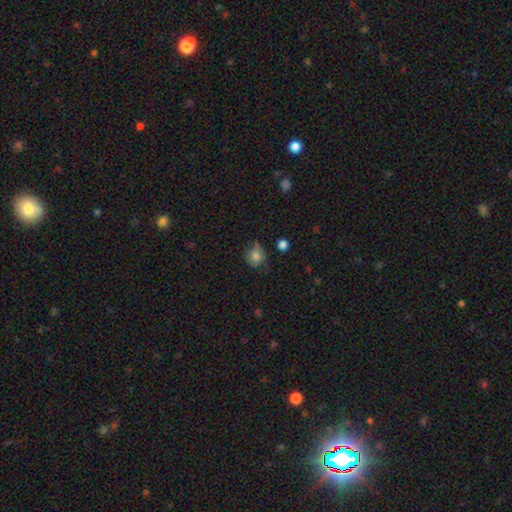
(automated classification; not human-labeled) smooth 78%, star or artifact 11%, featured or disk 11%. Down the decision tree: how rounded — round (78%); merging — none (61%).